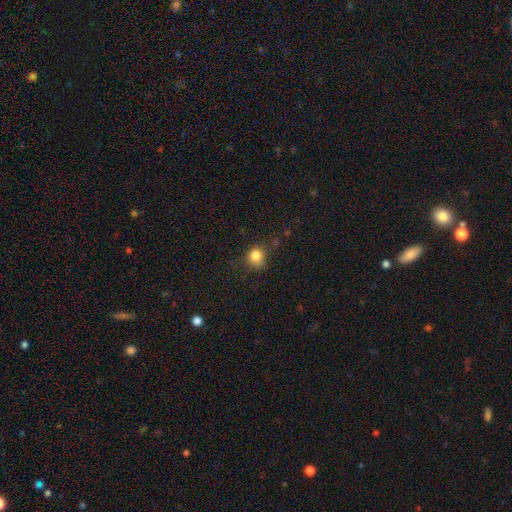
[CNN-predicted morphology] This appears to be a smooth galaxy with no disk features (82%) that is round (82%). Merging: none (71%).